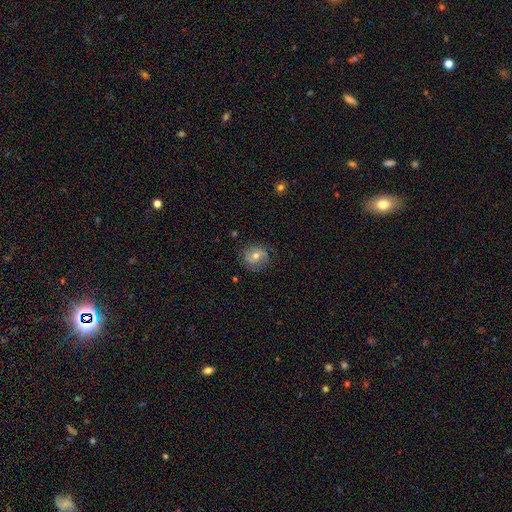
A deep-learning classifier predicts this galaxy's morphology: The model was most divided on "smooth or featured": smooth: 57%, featured or disk: 33%, star or artifact: 11%. More confident: how rounded — round (81%); merging — none (79%).